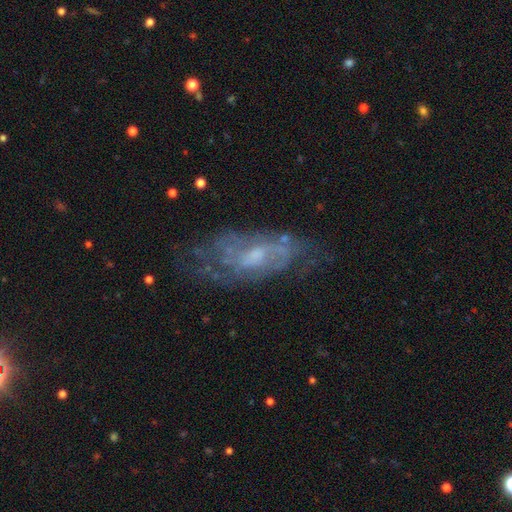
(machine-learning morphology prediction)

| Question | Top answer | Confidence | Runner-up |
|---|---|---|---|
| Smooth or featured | featured or disk | 74% | smooth (17%) |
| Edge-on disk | no | 90% | yes (10%) |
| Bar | no | 52% | weak (41%) |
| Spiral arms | yes | 75% | no (25%) |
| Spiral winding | tight | 41% | tied: medium (41%) |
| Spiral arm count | can't tell | 51% | 2 (29%) |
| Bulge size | small | 43% | moderate (41%) |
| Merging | none | 61% | minor disturbance (22%) |